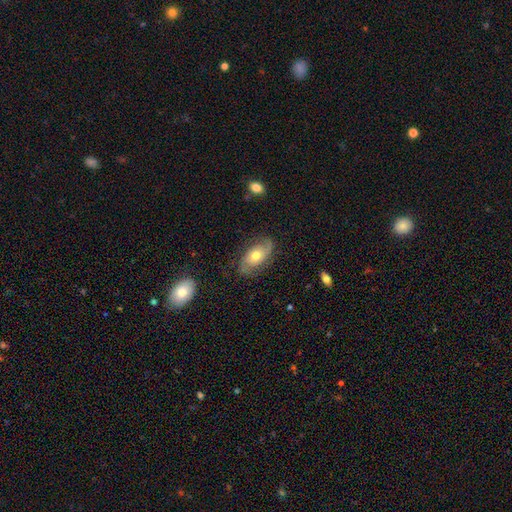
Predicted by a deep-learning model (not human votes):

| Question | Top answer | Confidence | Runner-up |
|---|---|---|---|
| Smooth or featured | featured or disk | 68% | smooth (25%) |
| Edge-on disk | no | 94% | yes (6%) |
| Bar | no | 73% | weak (22%) |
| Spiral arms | yes | 88% | no (12%) |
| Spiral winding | medium | 42% | loose (35%) |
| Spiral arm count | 2 | 84% | can't tell (8%) |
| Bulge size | moderate | 72% | small (16%) |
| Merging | none | 75% | minor disturbance (17%) |